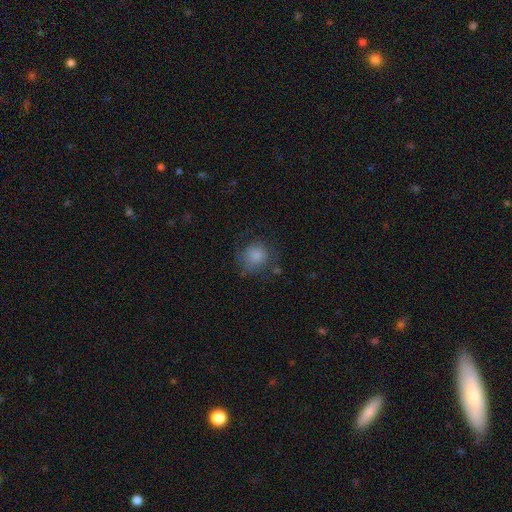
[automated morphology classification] Smooth or featured: smooth — 80% (featured or disk — 11%)
How rounded: round — 86% (in between — 13%)
Merging: none — 62% (minor disturbance — 23%)